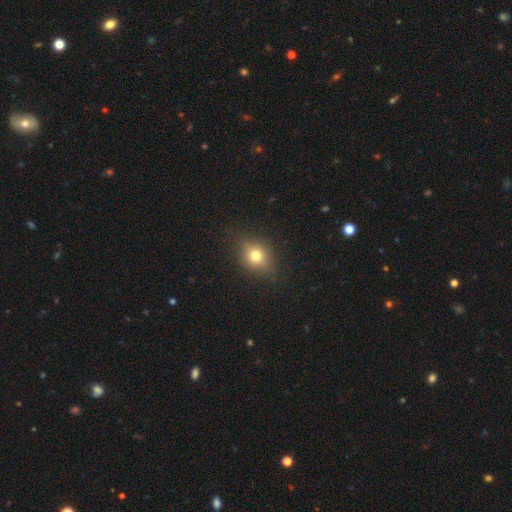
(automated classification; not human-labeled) A smooth galaxy with no disk features (70%) that is round (53%). Merging: none (83%).